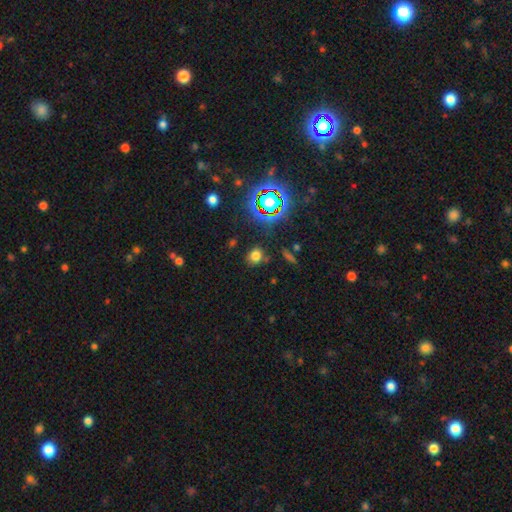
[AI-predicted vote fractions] Smooth or featured? Predicted: smooth (p=0.70). How rounded? Predicted: round (p=0.61). Merging? Predicted: none (p=0.81).